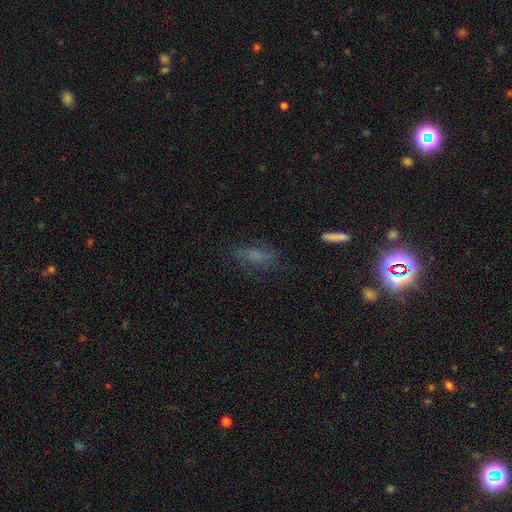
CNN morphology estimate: Q: Smooth or featured?
A: smooth (51%); runner-up: featured or disk (31%)
Q: How rounded?
A: in between (67%); runner-up: cigar-shaped (26%)
Q: Merging?
A: none (63%); runner-up: minor disturbance (21%)